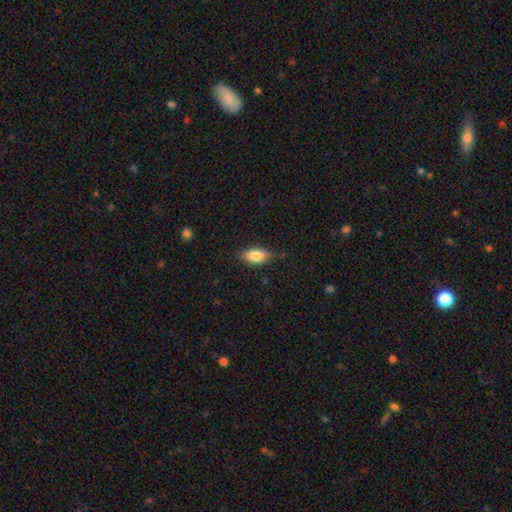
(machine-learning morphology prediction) This appears to be a smooth galaxy with no disk features (83%) that is in between round and cigar-shaped (89%). Merging: none (76%).